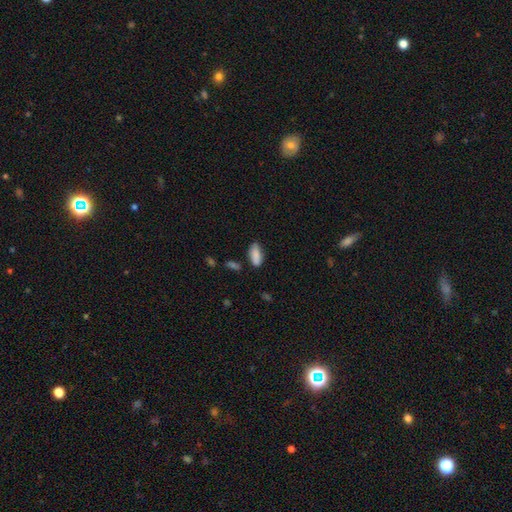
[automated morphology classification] type=smooth (85%); roundness=in between (82%); merging=none (69%).